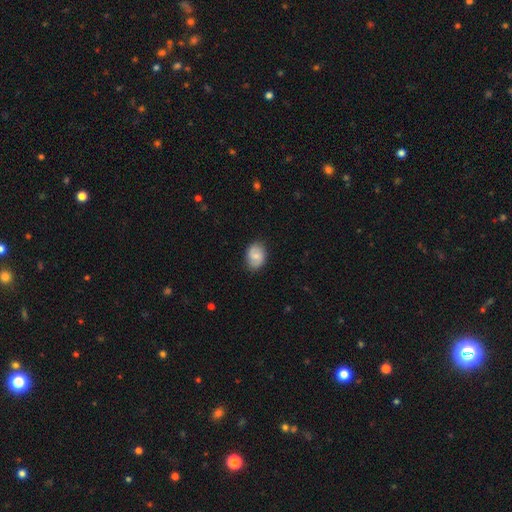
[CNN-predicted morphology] Smooth or featured? smooth (63%)
How rounded? in between (72%)
Merging? none (82%)